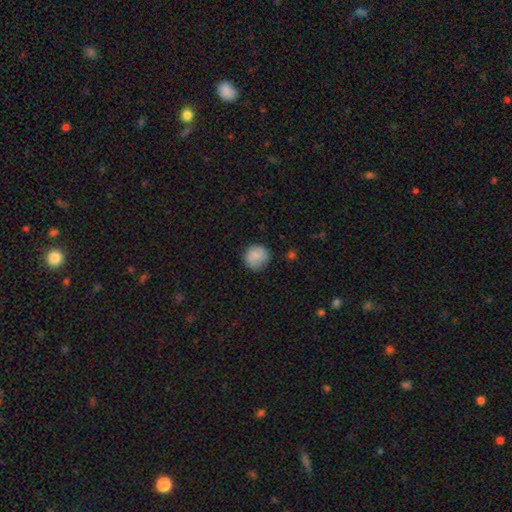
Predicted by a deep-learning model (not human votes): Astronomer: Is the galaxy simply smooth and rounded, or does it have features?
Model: smooth — 85%.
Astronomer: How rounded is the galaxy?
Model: round — 90%.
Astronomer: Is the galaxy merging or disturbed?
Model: none — 78%.